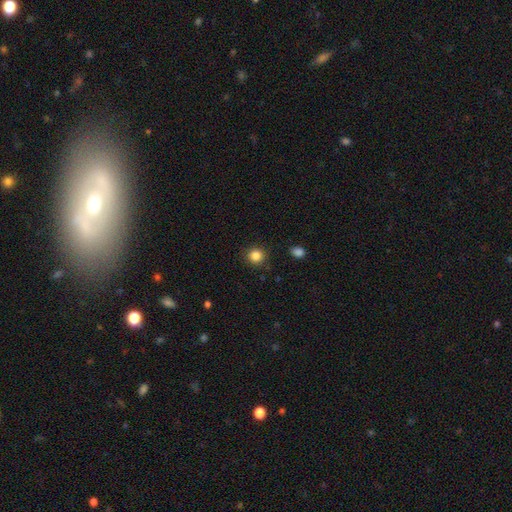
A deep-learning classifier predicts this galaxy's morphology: The model was most divided on "smooth or featured": smooth: 85%, star or artifact: 11%, featured or disk: 4%. More confident: how rounded — round (91%); merging — none (89%).